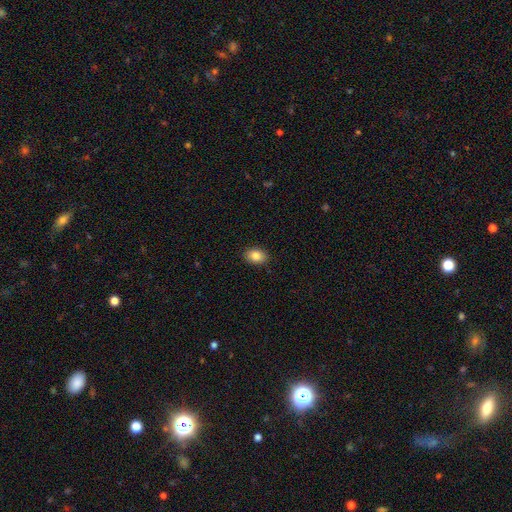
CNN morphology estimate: A smooth galaxy with no disk features (86%) that is in between round and cigar-shaped (78%).

Vote fractions:
- Smooth or featured? smooth: 86% / star or artifact: 8% / featured or disk: 6%
- How rounded? in between: 78% / round: 20% / cigar-shaped: 1%
- Merging? none: 89% / minor disturbance: 8% / major disturbance: 2% / merger: 1%